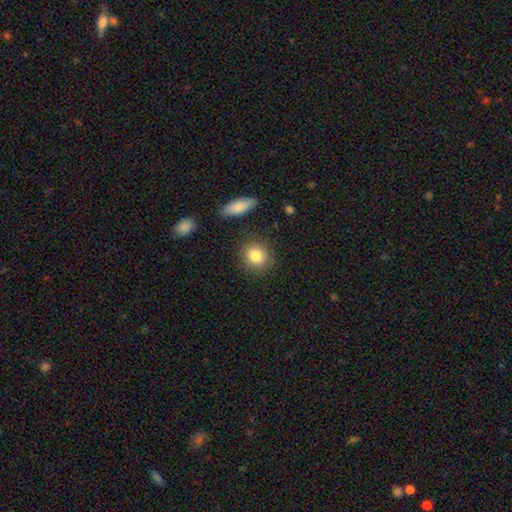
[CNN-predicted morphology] This is clearly a smooth galaxy (85%). How rounded: likely round (78%). Merging: clearly none (84%).